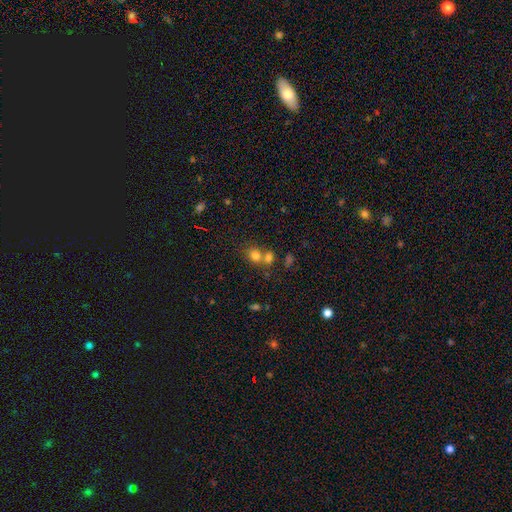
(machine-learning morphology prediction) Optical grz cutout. It shows a smooth galaxy with no disk features (76%) that is round (67%). Merging: none (45%).